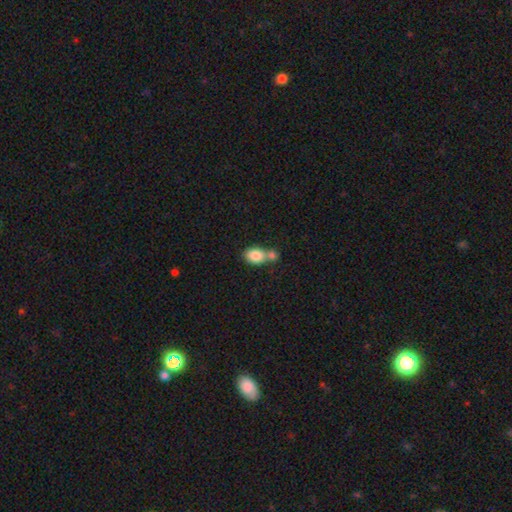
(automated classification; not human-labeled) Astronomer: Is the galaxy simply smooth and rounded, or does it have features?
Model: smooth — 83%.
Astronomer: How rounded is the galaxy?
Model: in between — 75%.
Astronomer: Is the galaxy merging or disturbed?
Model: merger — 49% (runner-up: none, 37%).